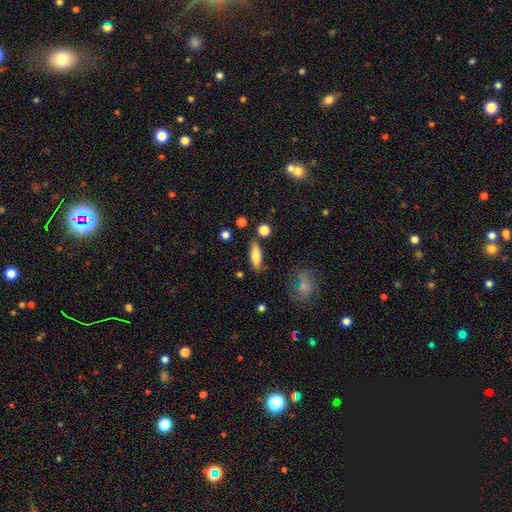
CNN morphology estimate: smooth-or-featured: smooth: 73% | featured or disk: 20% | star or artifact: 7%
  how-rounded: in between: 59% | cigar-shaped: 38% | round: 3%
  merging: none: 80% | minor disturbance: 12% | merger: 4% | major disturbance: 3%